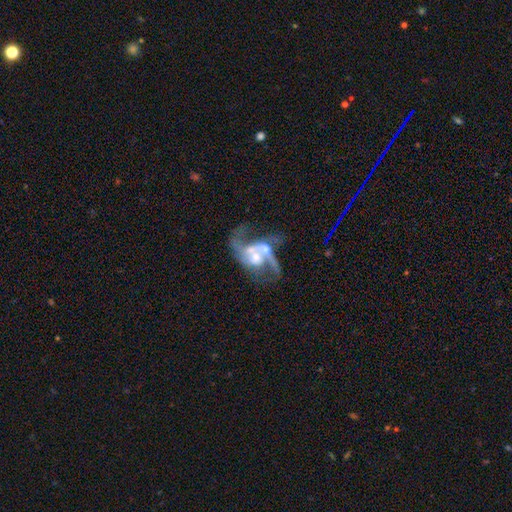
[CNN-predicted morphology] This is likely a featured or disk galaxy (79%). It is clearly not viewed edge-on (97%). Bar: likely no (65%). Spiral arm pattern: clearly yes (81%). Spiral arm count: likely 2 (71%). Spiral winding: possibly loose (59%). Central bulge: possibly moderate (55%). Merging: likely merger (65%).